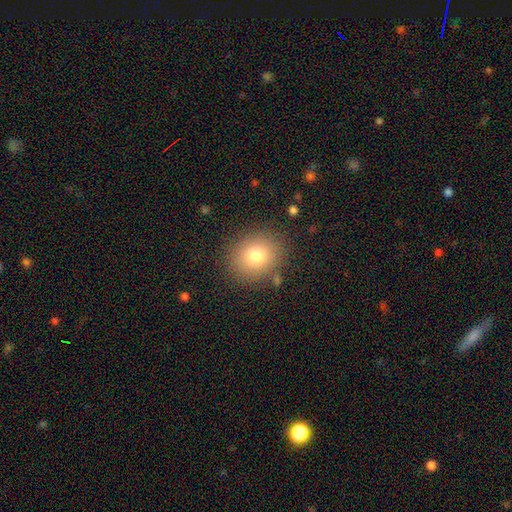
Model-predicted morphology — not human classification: Smooth or featured?
  - smooth: 78% *
  - star or artifact: 12%
  - featured or disk: 10%
How rounded?
  - round: 73% *
  - in between: 27%
  - cigar-shaped: 1%
Merging?
  - none: 84% *
  - minor disturbance: 10%
  - major disturbance: 4%
  - merger: 2%